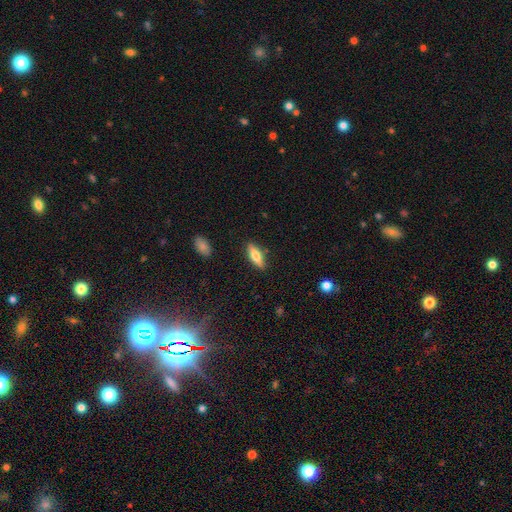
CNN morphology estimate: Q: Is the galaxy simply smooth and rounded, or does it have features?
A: smooth — 66%.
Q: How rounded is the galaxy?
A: in between — 53%.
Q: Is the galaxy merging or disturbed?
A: none — 87%.